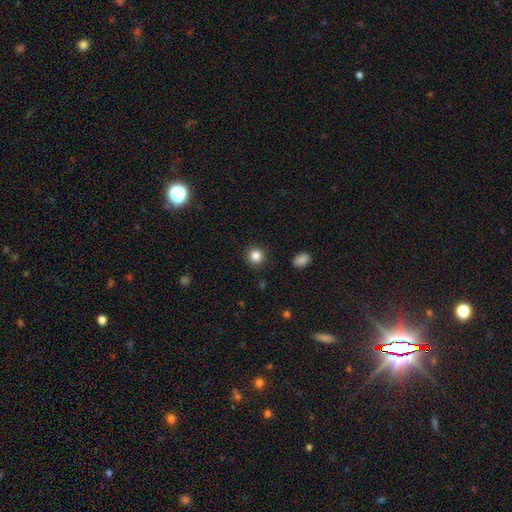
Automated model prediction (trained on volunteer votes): Overall: smooth (85%). How rounded: round (93%). Merging: none (91%).